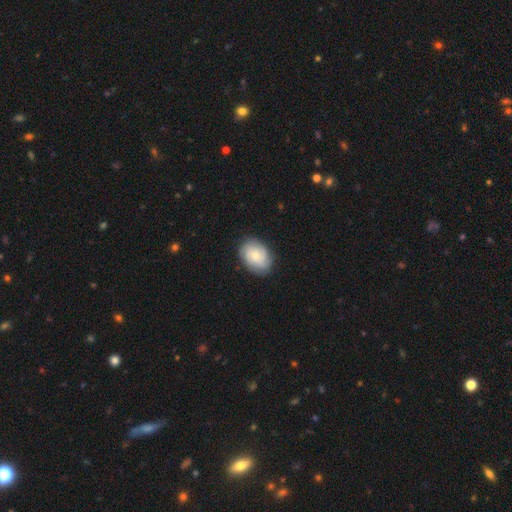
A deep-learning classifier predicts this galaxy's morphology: Smooth or featured? featured or disk (48%)
Merging? none (82%)